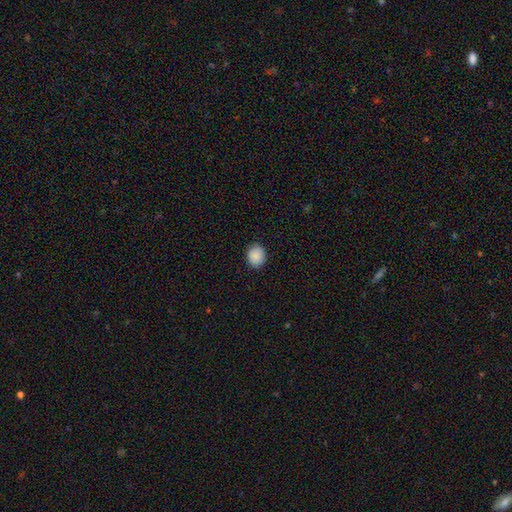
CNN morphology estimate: A smooth galaxy with no disk features (89%) that is round (73%). Merging: none (90%).